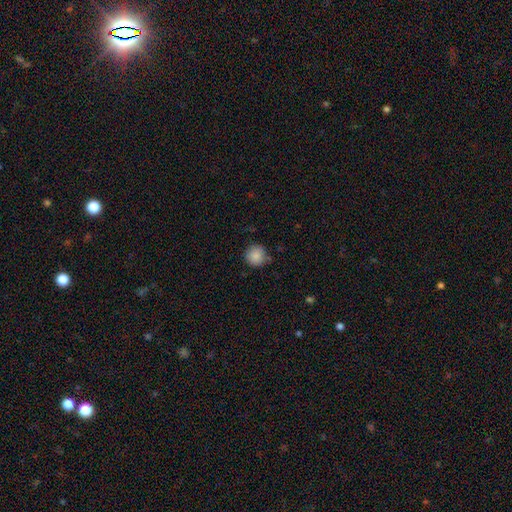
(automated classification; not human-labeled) Smooth or featured? smooth (88%)
How rounded? round (94%)
Merging? none (81%)